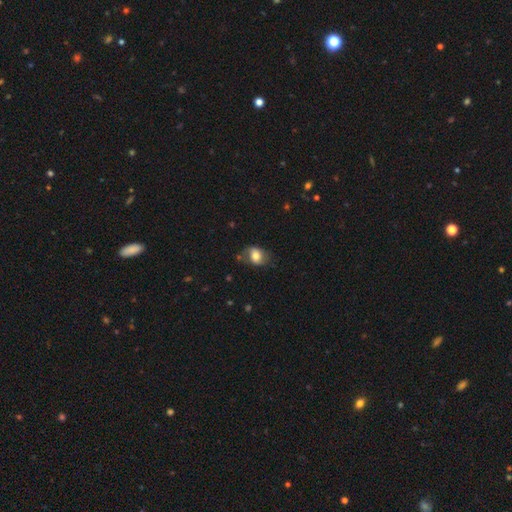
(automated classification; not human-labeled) Q: Smooth or featured?
A: smooth (68%); runner-up: featured or disk (23%)
Q: How rounded?
A: in between (71%); runner-up: round (28%)
Q: Merging?
A: none (62%); runner-up: minor disturbance (25%)